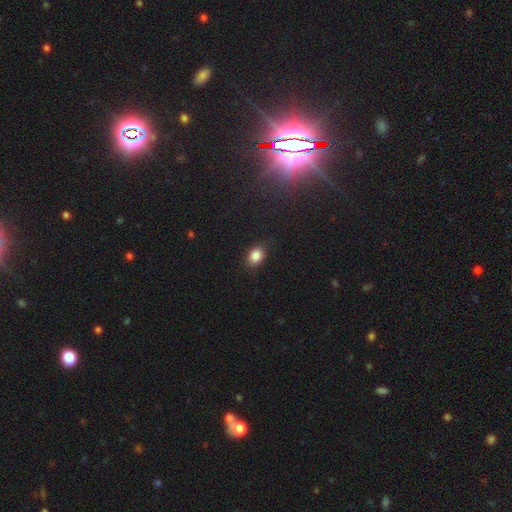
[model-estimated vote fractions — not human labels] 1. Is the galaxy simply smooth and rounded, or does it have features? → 85% smooth, 9% star or artifact, 6% featured or disk.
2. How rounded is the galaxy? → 69% in between, 30% round, 1% cigar-shaped.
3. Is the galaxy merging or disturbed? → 83% none, 13% minor disturbance, 3% major disturbance, 1% merger.